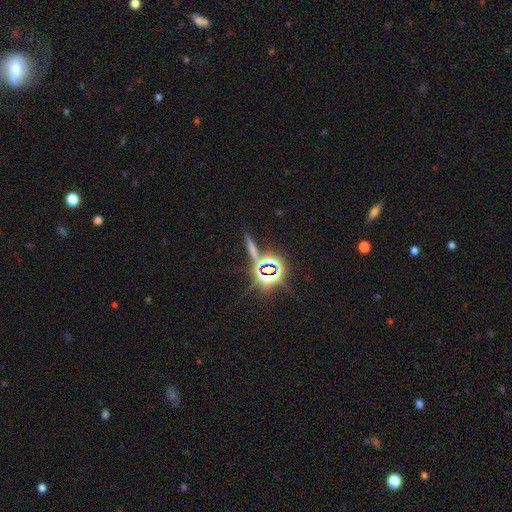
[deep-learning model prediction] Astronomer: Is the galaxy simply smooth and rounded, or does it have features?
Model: star or artifact — 77%.